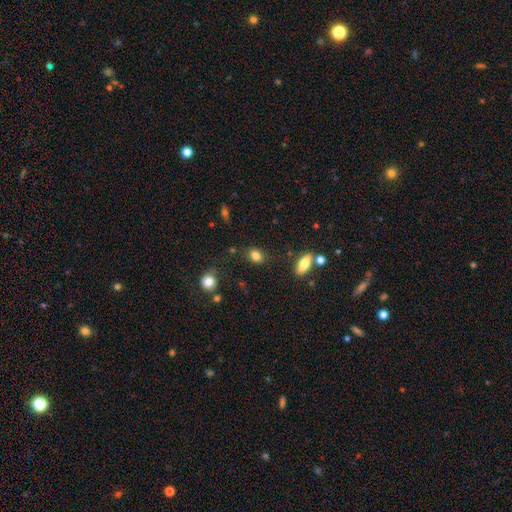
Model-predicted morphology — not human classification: smooth-or-featured: smooth: 83% | star or artifact: 10% | featured or disk: 7%
  how-rounded: in between: 70% | round: 28% | cigar-shaped: 2%
  merging: none: 77% | minor disturbance: 15% | major disturbance: 4% | merger: 4%